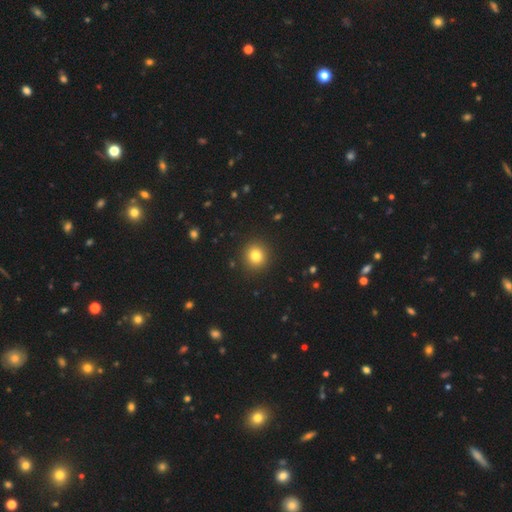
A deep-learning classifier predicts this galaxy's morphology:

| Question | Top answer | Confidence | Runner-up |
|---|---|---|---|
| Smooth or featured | smooth | 81% | star or artifact (12%) |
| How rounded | round | 88% | in between (12%) |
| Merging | none | 91% | minor disturbance (6%) |